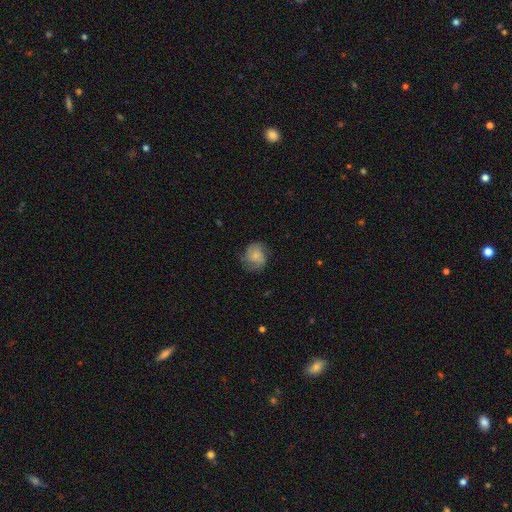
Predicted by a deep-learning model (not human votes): A featured or disk galaxy (53%) with no bar (72%), spiral arms (91%) and a small central bulge (54%). Merging: none (75%).